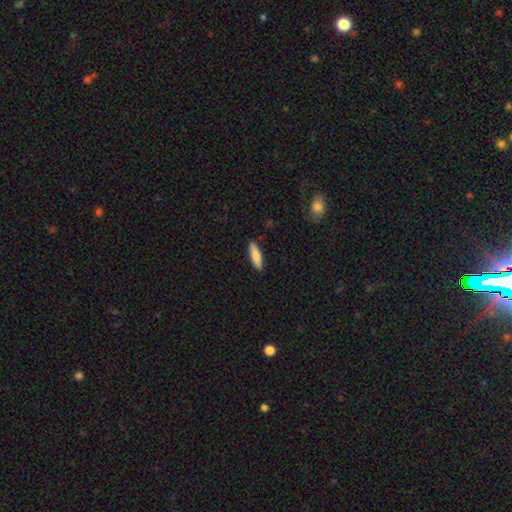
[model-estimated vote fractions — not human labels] The model was most divided on "how rounded": cigar-shaped: 59%, in between: 40%, round: 2%. More confident: merging — none (89%); smooth or featured — smooth (84%).